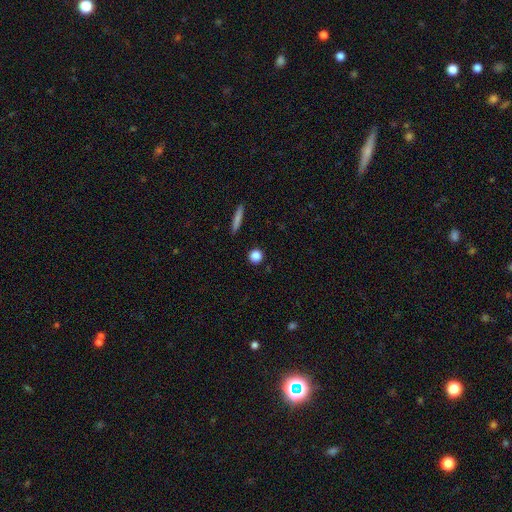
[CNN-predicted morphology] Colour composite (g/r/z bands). It shows a smooth galaxy with no disk features (85%) that is round (91%). Merging: none (90%).